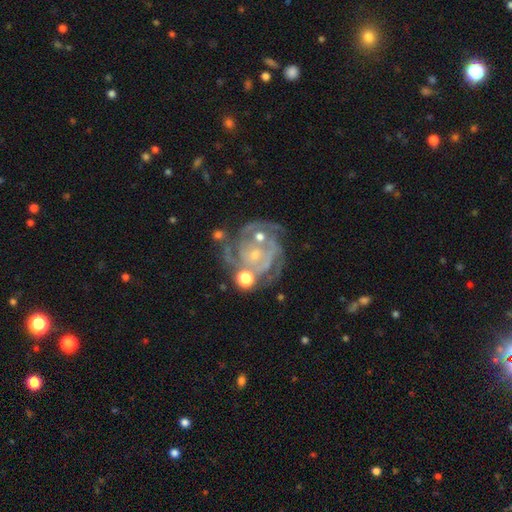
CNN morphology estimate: A featured or disk galaxy (88%) with no bar (73%), 3 (31%) tight (66%) spiral arms (96%) and a small central bulge (71%).

Vote fractions:
- Smooth or featured? featured or disk: 88% / star or artifact: 7% / smooth: 6%
- Edge-on disk? no: 98% / yes: 2%
- Bar? no: 73% / weak: 21% / strong: 6%
- Spiral arms? yes: 96% / no: 4%
- Spiral winding? tight: 66% / medium: 28% / loose: 5%
- Spiral arm count? 3: 31% / 2: 23% / can't tell: 20% / 4: 13% / more than 4: 6% / 1: 6%
- Bulge size? small: 71% / moderate: 22% / none: 5% / large: 1% / dominant: 1%
- Merging? none: 54% / minor disturbance: 19% / merger: 13% / major disturbance: 13%